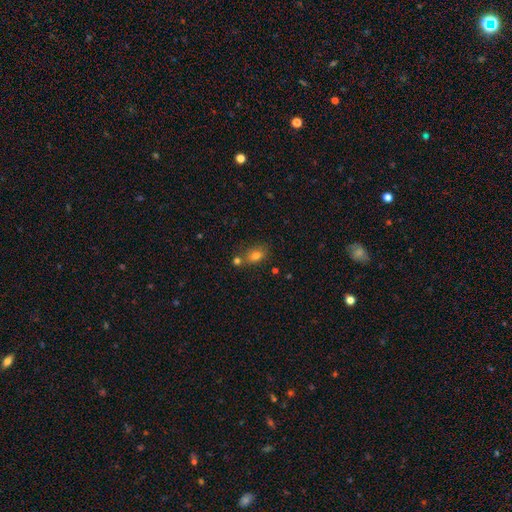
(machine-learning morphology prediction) The model was most divided on "merging": none: 61%, merger: 22%, minor disturbance: 14%, major disturbance: 4%. More confident: smooth or featured — smooth (76%); how rounded — in between (74%).